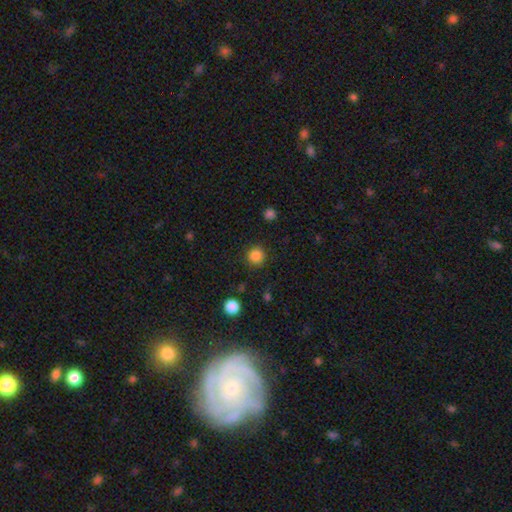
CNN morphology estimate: A smooth galaxy with no disk features (84%) that is round (94%).

Vote fractions:
- Smooth or featured? smooth: 84% / star or artifact: 12% / featured or disk: 4%
- How rounded? round: 94% / in between: 5% / cigar-shaped: 1%
- Merging? none: 90% / minor disturbance: 6% / major disturbance: 3% / merger: 1%